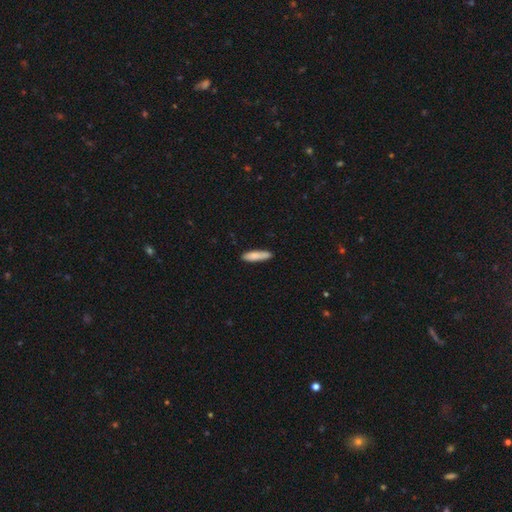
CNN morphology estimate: This is clearly a smooth galaxy (84%). How rounded: likely cigar-shaped (75%). Merging: clearly none (85%).